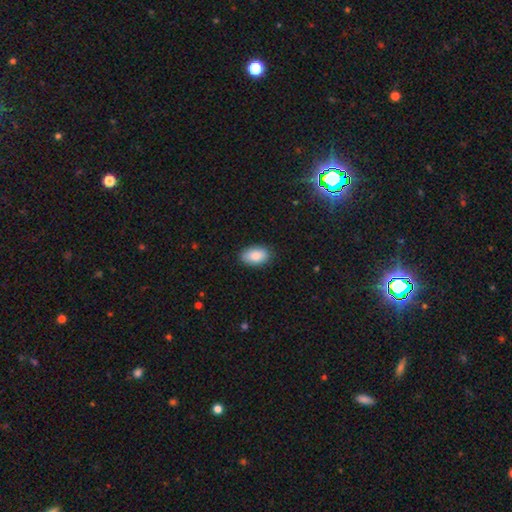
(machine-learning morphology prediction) smooth_or_featured: smooth (p=0.88) [alt: star or artifact p=0.07]
how_rounded: in between (p=0.93) [alt: round p=0.05]
merging: none (p=0.88) [alt: minor disturbance p=0.09]